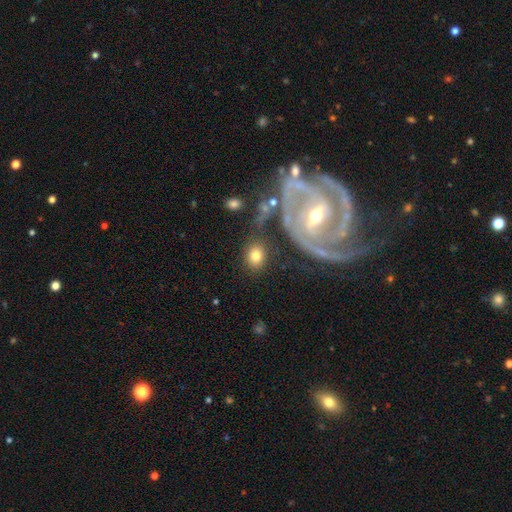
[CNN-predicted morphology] smooth-or-featured: smooth: 75% | featured or disk: 18% | star or artifact: 7%
  how-rounded: round: 56% | in between: 43% | cigar-shaped: 2%
  merging: none: 75% | minor disturbance: 12% | merger: 7% | major disturbance: 6%